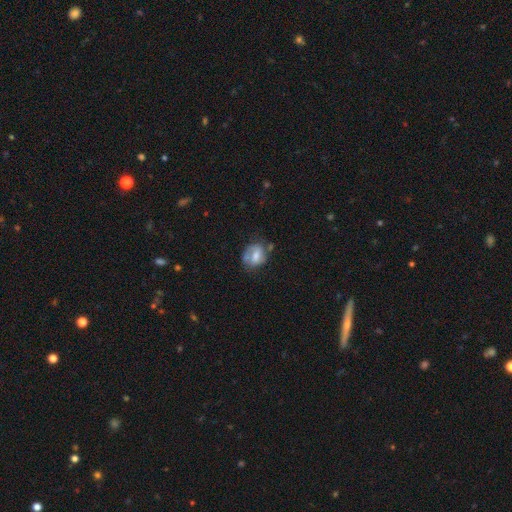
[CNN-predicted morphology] Smooth or featured? featured or disk (47%)
Merging? none (52%)